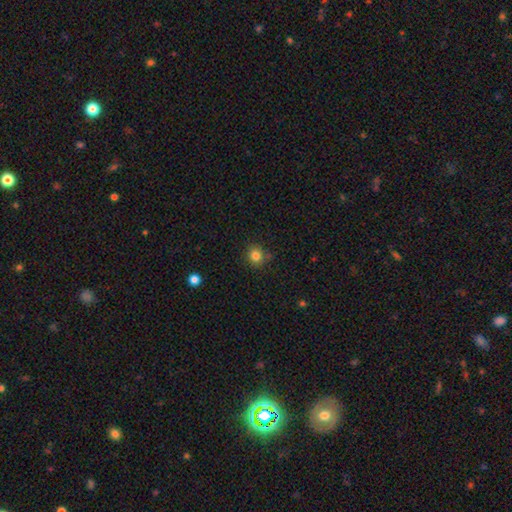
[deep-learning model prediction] Q: Smooth or featured?
A: smooth (82%); runner-up: star or artifact (12%)
Q: How rounded?
A: round (88%); runner-up: in between (11%)
Q: Merging?
A: none (82%); runner-up: minor disturbance (11%)